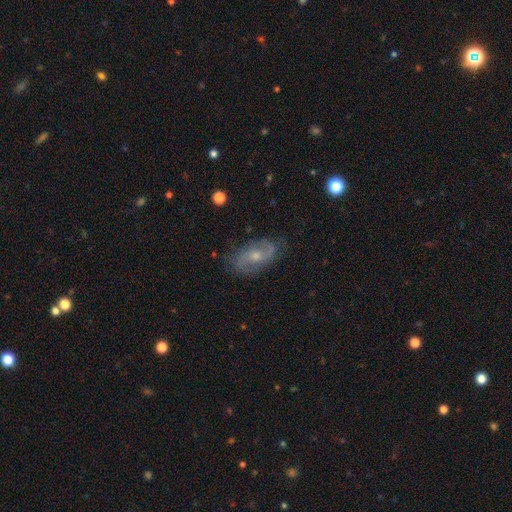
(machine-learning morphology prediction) This is likely a featured or disk galaxy (76%). It is clearly not viewed edge-on (95%). Bar: possibly no (55%). Spiral arm pattern: clearly yes (91%). Spiral arm count: clearly 2 (83%). Spiral winding: possibly medium (47%). Central bulge: possibly moderate (53%). Merging: likely none (78%).